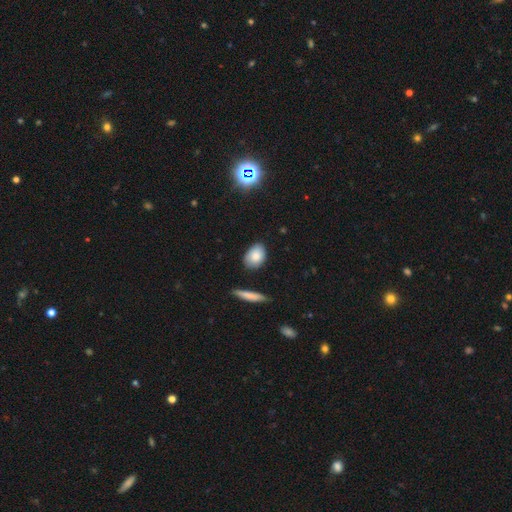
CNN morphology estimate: smooth-or-featured: smooth: 82% | featured or disk: 11% | star or artifact: 8%
  how-rounded: in between: 79% | round: 18% | cigar-shaped: 3%
  merging: none: 79% | minor disturbance: 15% | merger: 3% | major disturbance: 3%